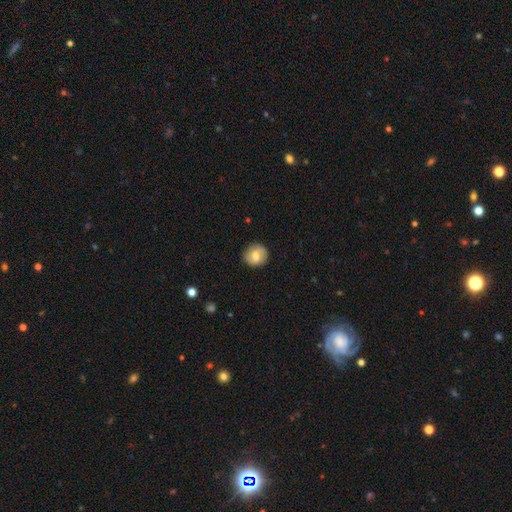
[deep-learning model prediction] Smooth or featured: smooth — 68% (featured or disk — 24%)
How rounded: round — 86% (in between — 13%)
Merging: none — 86% (minor disturbance — 10%)